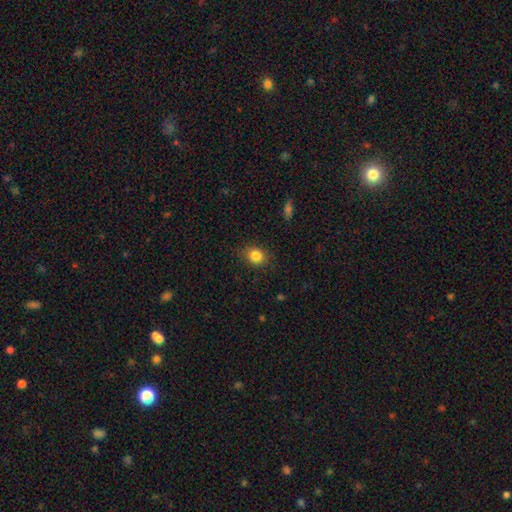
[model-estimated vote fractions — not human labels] smooth-or-featured: smooth: 84% | star or artifact: 10% | featured or disk: 5%
  how-rounded: round: 66% | in between: 33% | cigar-shaped: 1%
  merging: none: 85% | minor disturbance: 11% | major disturbance: 3% | merger: 1%